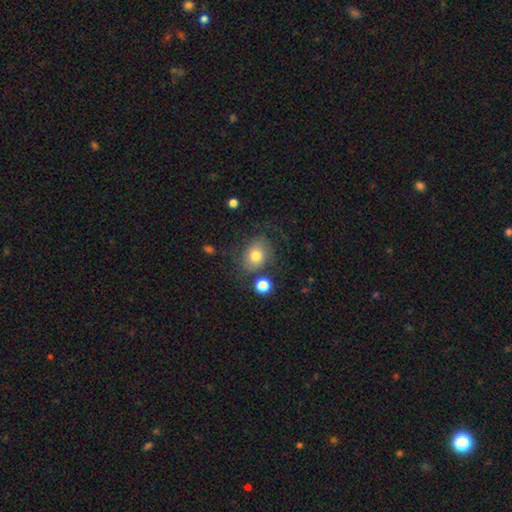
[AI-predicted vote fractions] A smooth galaxy with no disk features (64%) that is round (50%). Merging: none (60%).